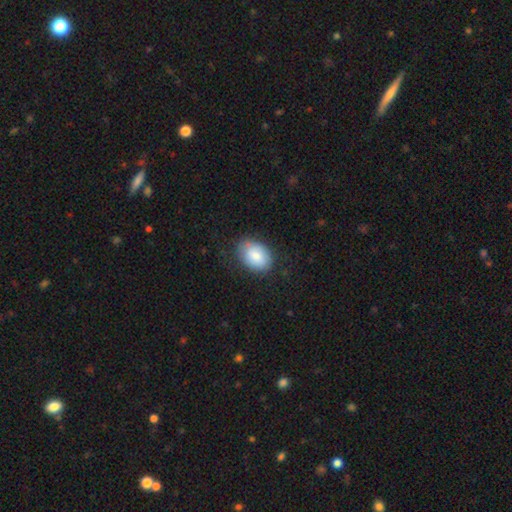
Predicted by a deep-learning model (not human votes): Smooth or featured? Predicted: smooth (p=0.80). How rounded? Predicted: in between (p=0.79). Merging? Predicted: none (p=0.75).